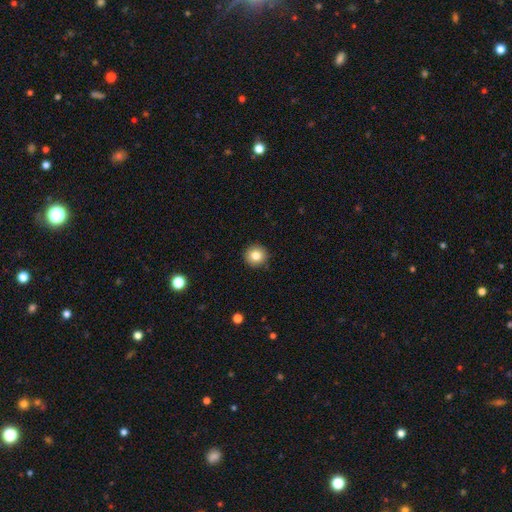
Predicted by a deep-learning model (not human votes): smooth-or-featured: smooth: 82% | star or artifact: 10% | featured or disk: 8%
  how-rounded: round: 95% | in between: 4% | cigar-shaped: 1%
  merging: none: 93% | minor disturbance: 5% | major disturbance: 2% | merger: 1%